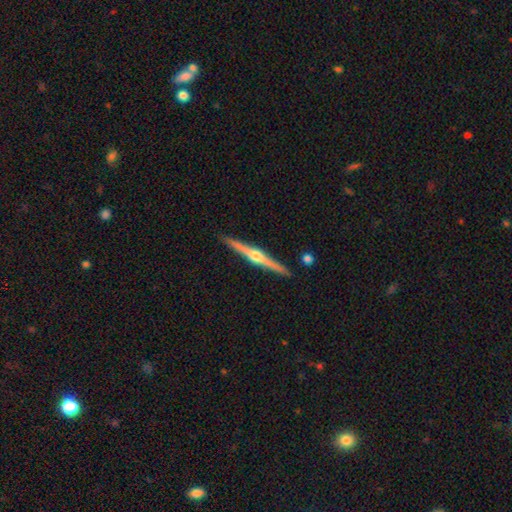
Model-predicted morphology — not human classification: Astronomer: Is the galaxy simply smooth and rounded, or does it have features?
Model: featured or disk — 83%.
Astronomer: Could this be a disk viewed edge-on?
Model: yes — 99%.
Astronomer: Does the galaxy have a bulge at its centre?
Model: rounded — 95%.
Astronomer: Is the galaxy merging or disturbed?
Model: none — 91%.